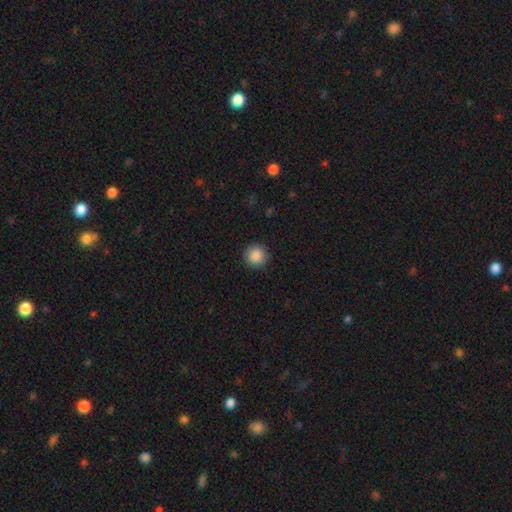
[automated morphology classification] smooth_or_featured: smooth (p=0.88) [alt: star or artifact p=0.09]
how_rounded: round (p=0.95) [alt: in between p=0.04]
merging: none (p=0.92) [alt: minor disturbance p=0.06]